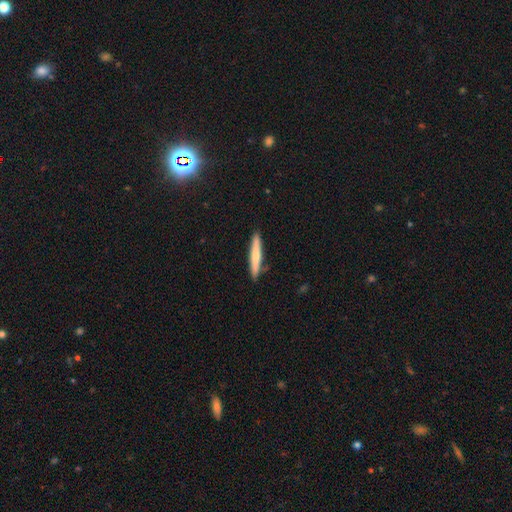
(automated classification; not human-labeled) smooth 68%, featured or disk 27%, star or artifact 5%. Down the decision tree: how rounded — cigar-shaped (94%); merging — none (87%).